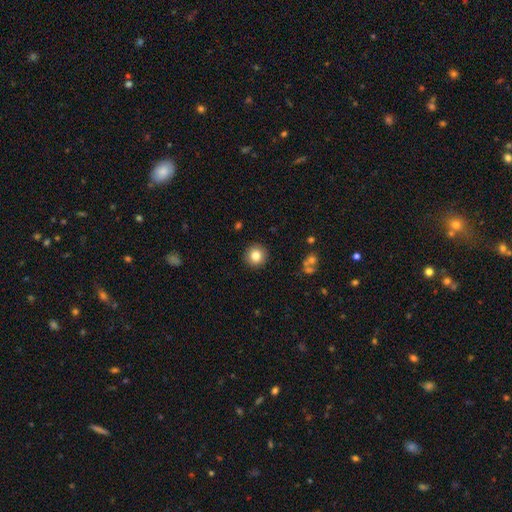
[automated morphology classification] A smooth galaxy with no disk features (82%) that is round (94%). Merging: none (92%).